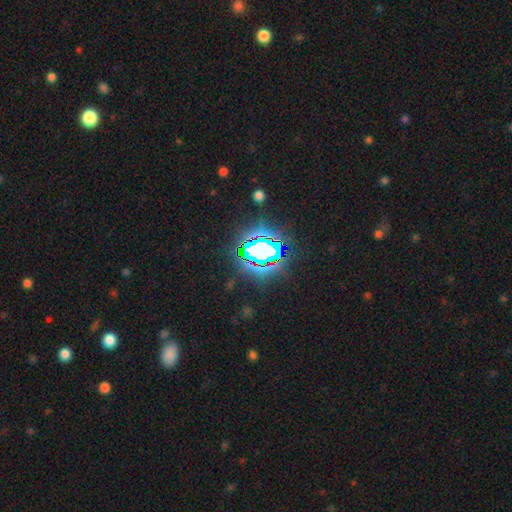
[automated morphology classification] This appears to be a star or artifact, not a galaxy (73%).